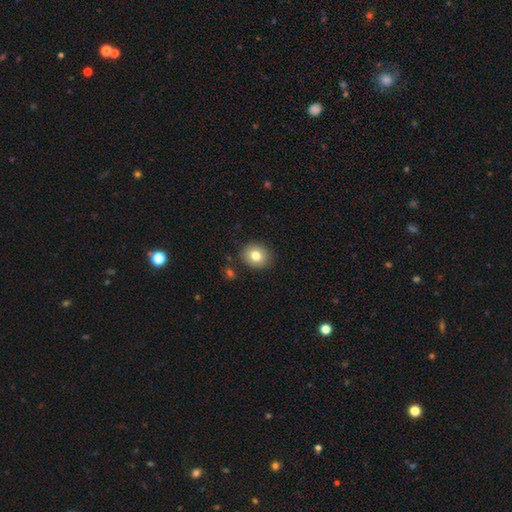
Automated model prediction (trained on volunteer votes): Smooth or featured? Predicted: smooth (p=0.80). How rounded? Predicted: round (p=0.72). Merging? Predicted: none (p=0.86).